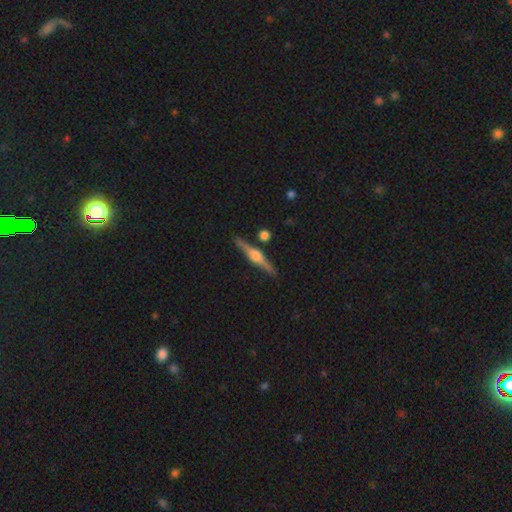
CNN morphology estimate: Q: Smooth or featured?
A: featured or disk (81%); runner-up: smooth (13%)
Q: Edge-on disk?
A: yes (98%); runner-up: no (2%)
Q: Edge-on bulge?
A: rounded (93%); runner-up: boxy (5%)
Q: Merging?
A: none (88%); runner-up: minor disturbance (7%)